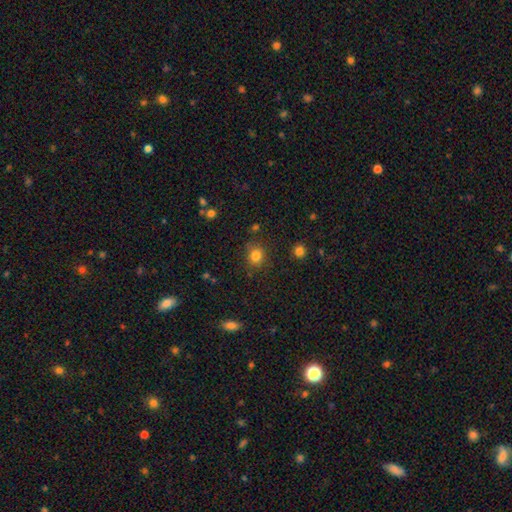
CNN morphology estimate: Smooth or featured: smooth — 81% (star or artifact — 13%)
How rounded: round — 76% (in between — 23%)
Merging: none — 82% (minor disturbance — 12%)